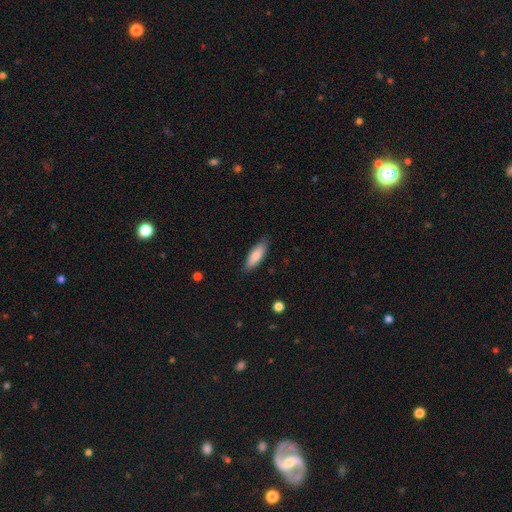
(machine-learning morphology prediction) smooth-or-featured: smooth: 84% | featured or disk: 10% | star or artifact: 6%
  how-rounded: in between: 58% | cigar-shaped: 40% | round: 2%
  merging: none: 85% | minor disturbance: 12% | major disturbance: 2% | merger: 1%